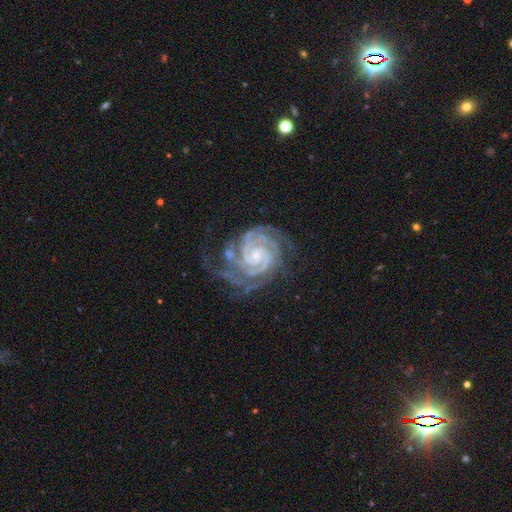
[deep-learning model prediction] featured or disk 92%, star or artifact 5%, smooth 3%. Down the decision tree: edge-on disk — no (98%); bar — no (57%); spiral arms — yes (99%); spiral arm count — 2 (45%); spiral winding — tight (80%); bulge size — small (70%); merging — none (64%).